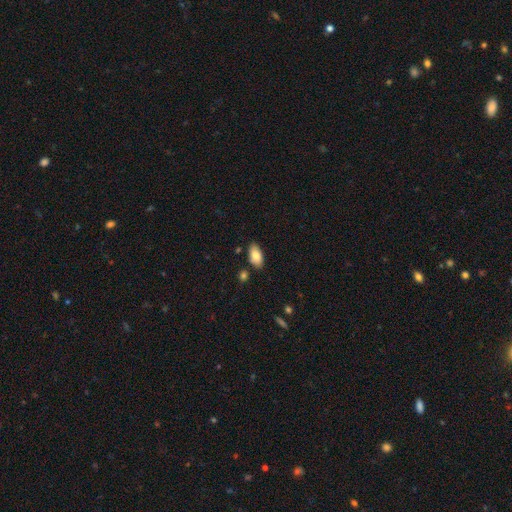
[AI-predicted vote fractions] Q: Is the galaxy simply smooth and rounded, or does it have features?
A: smooth — 80%.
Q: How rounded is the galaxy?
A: in between — 94%.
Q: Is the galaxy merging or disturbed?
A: none — 81%.